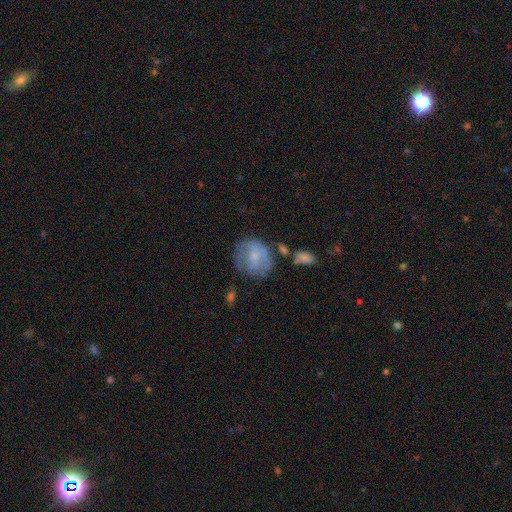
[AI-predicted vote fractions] A smooth galaxy with no disk features (53%) that is round (74%).

Vote fractions:
- Smooth or featured? smooth: 53% / featured or disk: 38% / star or artifact: 9%
- How rounded? round: 74% / in between: 25% / cigar-shaped: 1%
- Merging? none: 51% / minor disturbance: 25% / major disturbance: 17% / merger: 6%